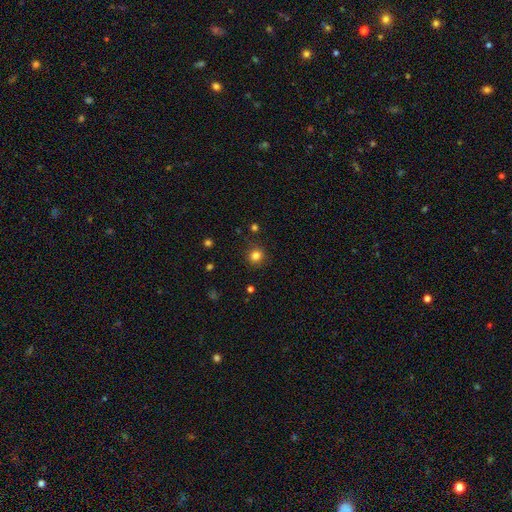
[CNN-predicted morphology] smooth 82%, star or artifact 13%, featured or disk 5%. Down the decision tree: how rounded — round (91%); merging — none (87%).